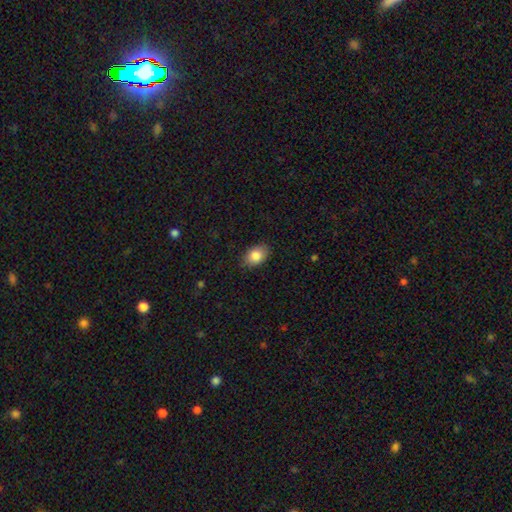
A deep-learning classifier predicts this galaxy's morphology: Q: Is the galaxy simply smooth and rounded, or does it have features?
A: smooth — 85%.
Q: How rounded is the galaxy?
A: in between — 81%.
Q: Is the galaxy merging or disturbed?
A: none — 84%.